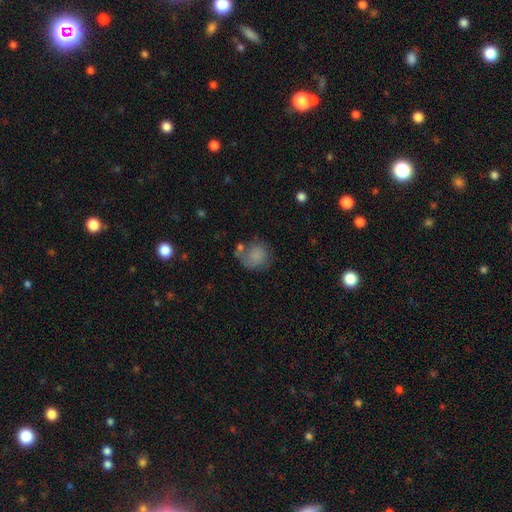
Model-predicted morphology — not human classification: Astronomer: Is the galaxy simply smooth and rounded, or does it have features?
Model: smooth — 76%.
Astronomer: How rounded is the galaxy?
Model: round — 82%.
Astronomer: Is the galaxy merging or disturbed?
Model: none — 53%.